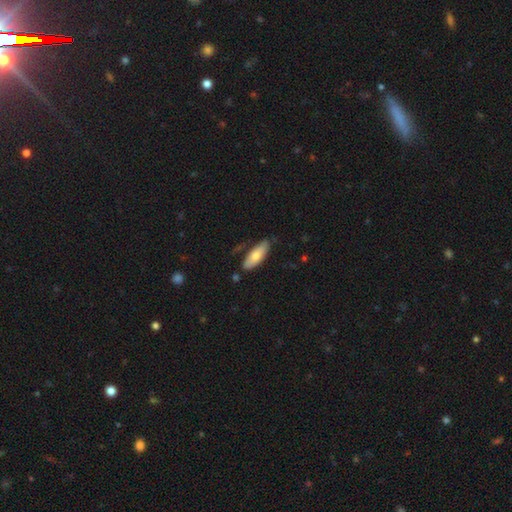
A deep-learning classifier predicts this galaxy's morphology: Smooth or featured? Predicted: smooth (p=0.72). How rounded? Predicted: in between (p=0.69). Merging? Predicted: none (p=0.74).